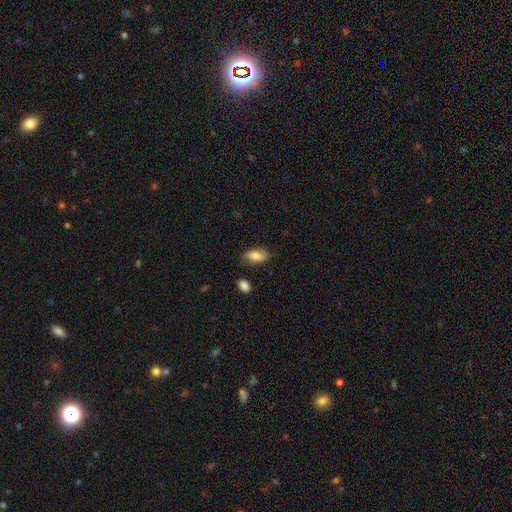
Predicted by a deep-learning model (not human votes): smooth_or_featured: smooth (p=0.82) [alt: featured or disk p=0.11]
how_rounded: in between (p=0.90) [alt: cigar-shaped p=0.06]
merging: none (p=0.76) [alt: minor disturbance p=0.17]